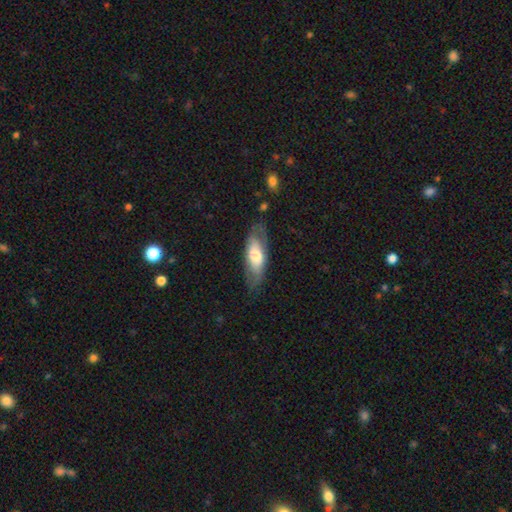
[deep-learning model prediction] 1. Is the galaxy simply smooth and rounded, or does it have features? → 59% smooth, 35% featured or disk, 6% star or artifact.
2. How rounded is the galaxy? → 68% in between, 29% cigar-shaped, 2% round.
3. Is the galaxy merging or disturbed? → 66% none, 22% minor disturbance, 10% major disturbance, 2% merger.